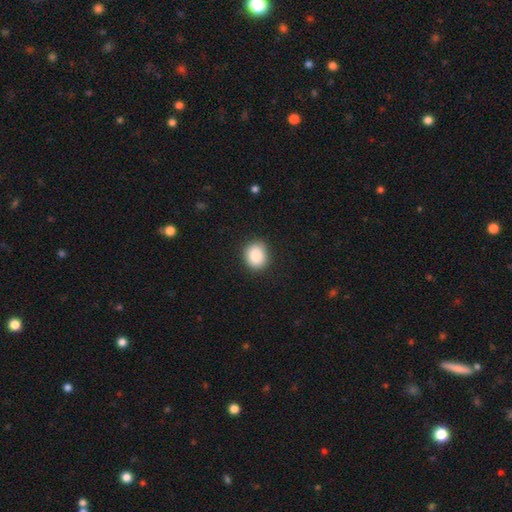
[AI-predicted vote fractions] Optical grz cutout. It shows a smooth galaxy with no disk features (88%) that is round (68%). Merging: none (88%).